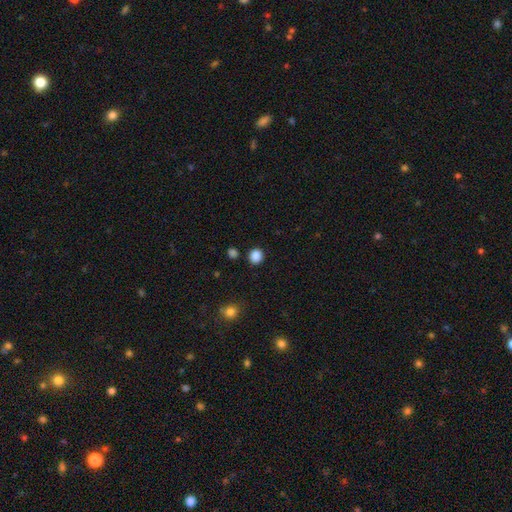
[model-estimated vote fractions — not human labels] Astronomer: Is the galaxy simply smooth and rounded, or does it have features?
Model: smooth — 86%.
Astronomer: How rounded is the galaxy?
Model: round — 86%.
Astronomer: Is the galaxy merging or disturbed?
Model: none — 88%.